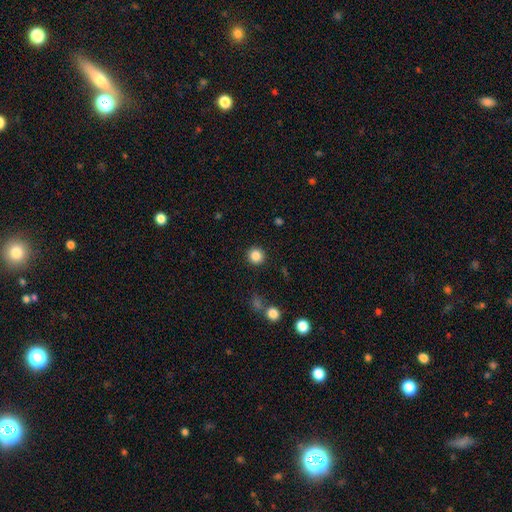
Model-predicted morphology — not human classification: type=smooth (86%); roundness=round (94%); merging=none (91%).